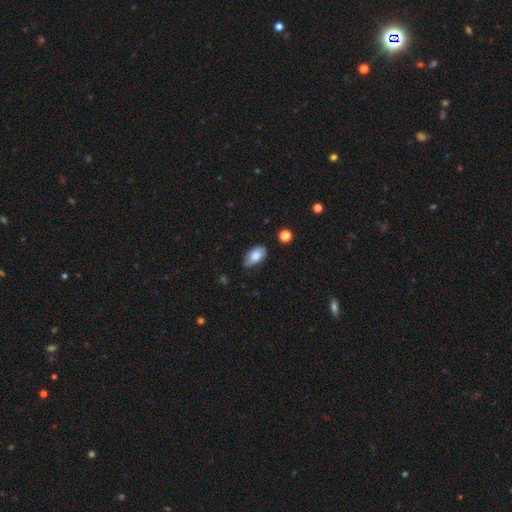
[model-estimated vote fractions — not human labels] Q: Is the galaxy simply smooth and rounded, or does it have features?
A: smooth — 73%.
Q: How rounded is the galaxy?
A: in between — 92%.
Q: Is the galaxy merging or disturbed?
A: none — 67%.